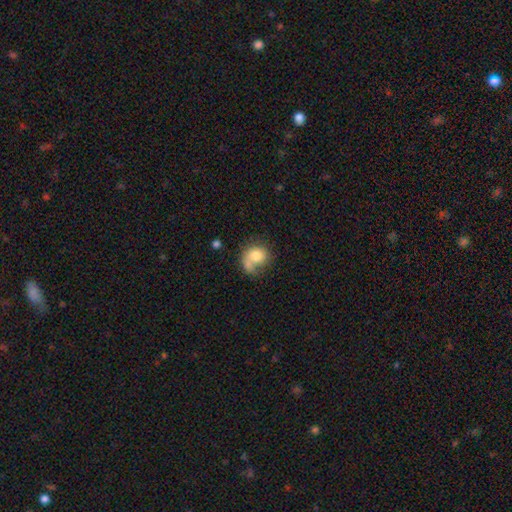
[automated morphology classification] Smooth or featured? smooth (71%)
How rounded? round (65%)
Merging? none (34%)